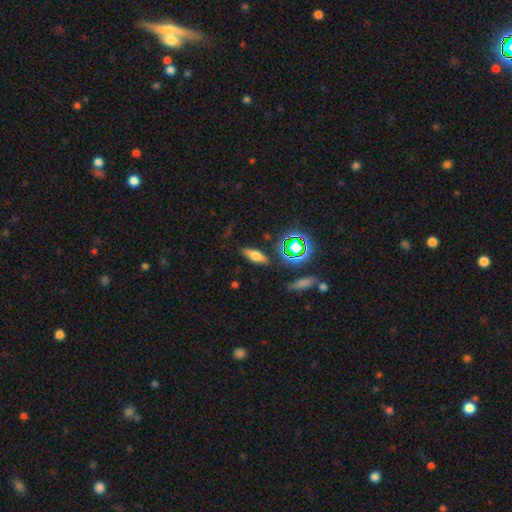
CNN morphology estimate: This is possibly a smooth galaxy (58%). How rounded: possibly in between (57%). Merging: clearly none (83%).